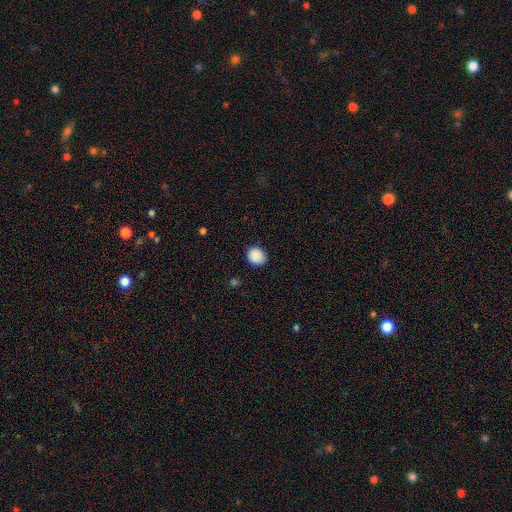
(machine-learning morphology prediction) Overall: smooth (89%). How rounded: round (69%; in between 30%). Merging: none (88%).